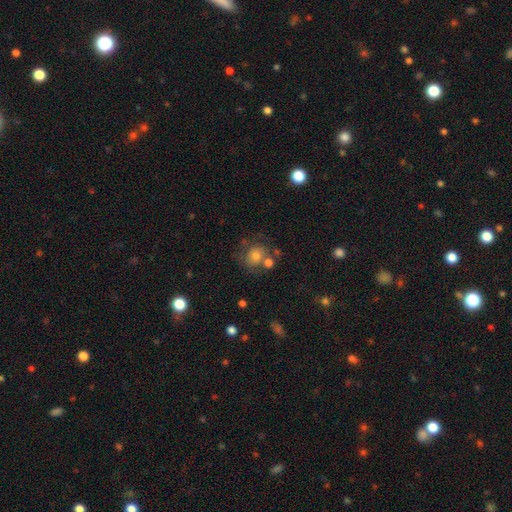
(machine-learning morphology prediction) The model was most divided on "smooth or featured": smooth: 61%, featured or disk: 26%, star or artifact: 13%. More confident: how rounded — round (81%); merging — none (57%).